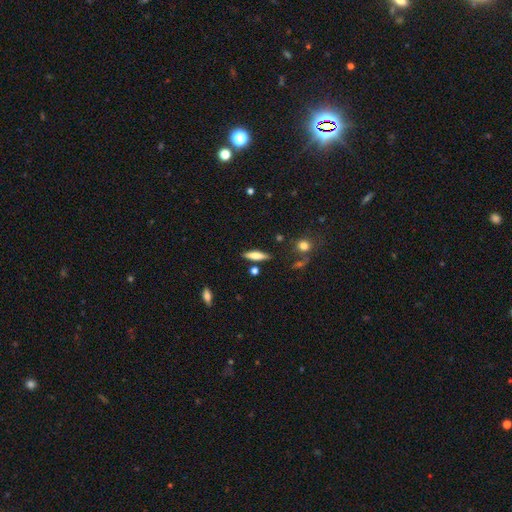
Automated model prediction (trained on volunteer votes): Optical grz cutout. It shows a smooth galaxy with no disk features (67%) that is cigar-shaped (64%). Merging: none (81%).